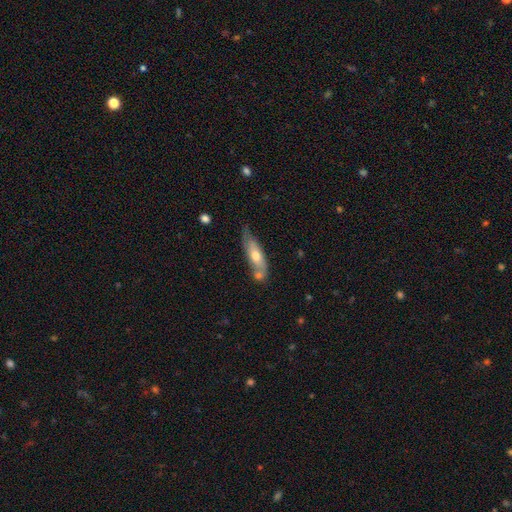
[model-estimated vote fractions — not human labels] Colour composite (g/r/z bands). It shows a smooth galaxy with no disk features (51%) that is cigar-shaped (51%). Merging: none (52%).